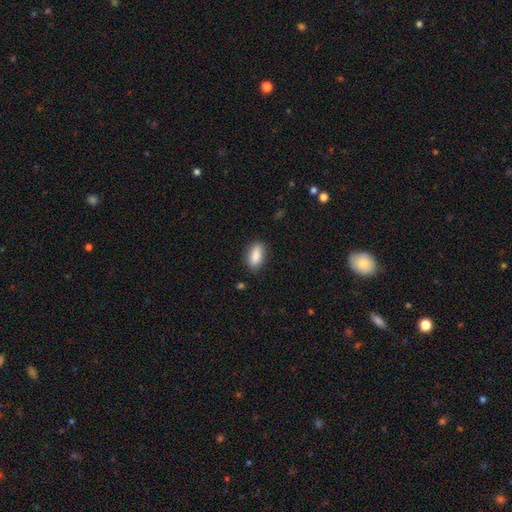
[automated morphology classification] type=smooth (87%); roundness=in between (86%); merging=none (86%).